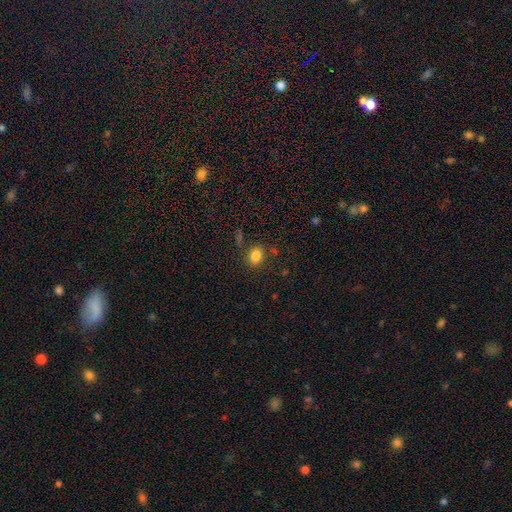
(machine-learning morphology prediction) This is clearly a smooth galaxy (83%). How rounded: possibly round (53%). Merging: likely none (78%).